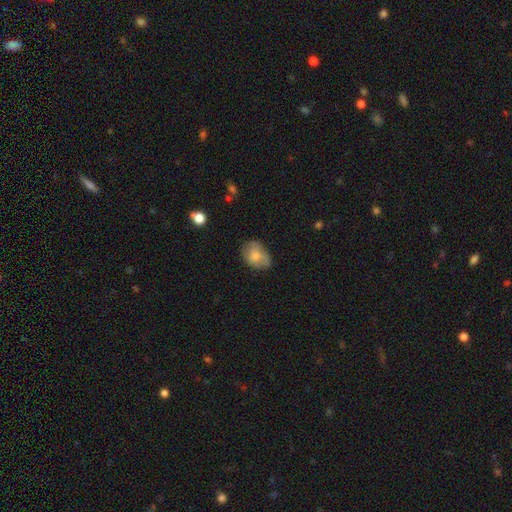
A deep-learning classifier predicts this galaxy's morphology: smooth_or_featured: smooth (p=0.69) [alt: featured or disk p=0.24]
how_rounded: in between (p=0.71) [alt: round p=0.27]
merging: none (p=0.61) [alt: minor disturbance p=0.28]